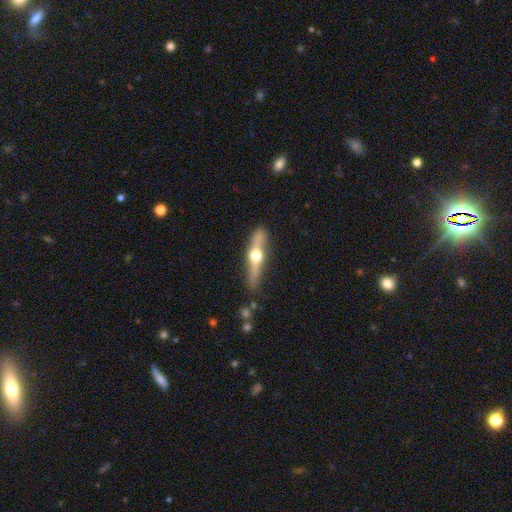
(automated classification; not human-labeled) Smooth or featured? Predicted: featured or disk (p=0.71). Edge-on disk? Predicted: yes (p=0.96). Edge-on bulge? Predicted: rounded (p=0.97). Merging? Predicted: none (p=0.83).